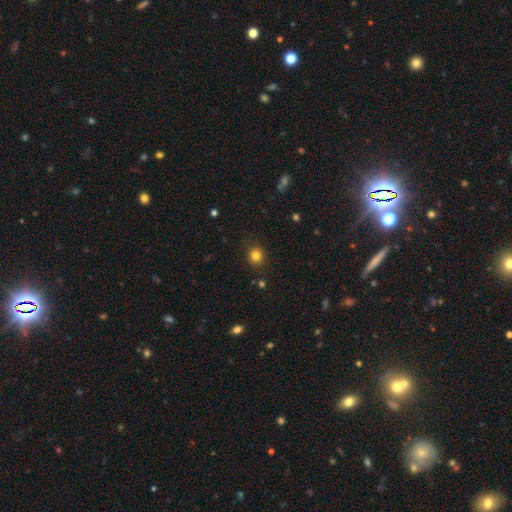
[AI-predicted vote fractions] smooth 82%, star or artifact 13%, featured or disk 5%. Down the decision tree: how rounded — round (86%); merging — none (89%).